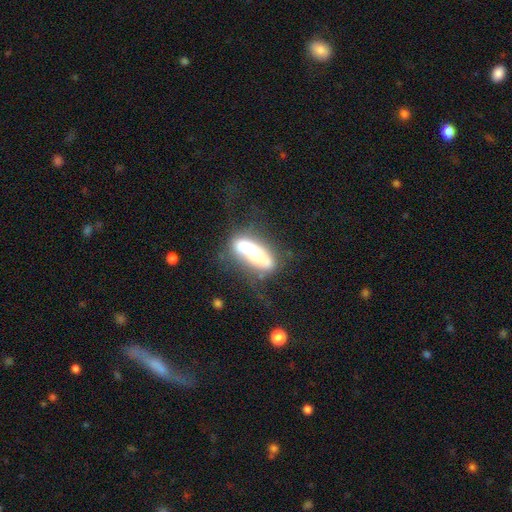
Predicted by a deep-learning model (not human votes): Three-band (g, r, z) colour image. It shows a featured or disk galaxy (51%). Merging: none (46%).